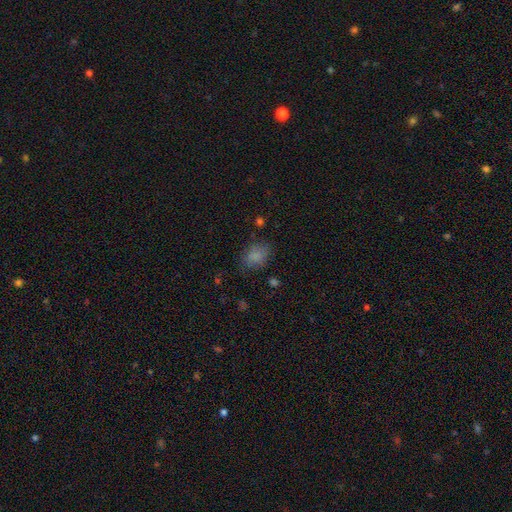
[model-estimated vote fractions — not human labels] Overall: smooth (81%). How rounded: in between (70%). Merging: none (72%).